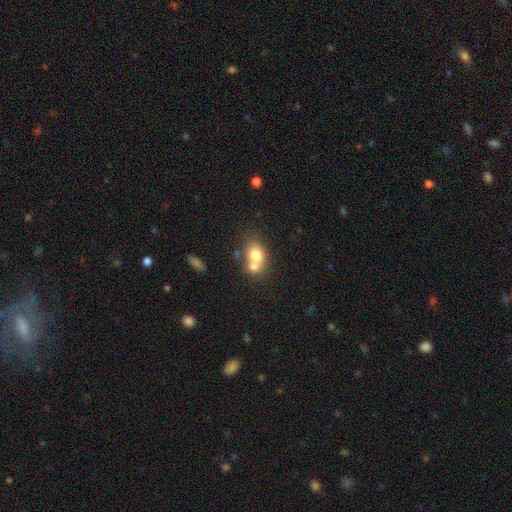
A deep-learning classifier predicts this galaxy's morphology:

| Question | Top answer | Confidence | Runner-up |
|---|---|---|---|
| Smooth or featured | smooth | 72% | featured or disk (19%) |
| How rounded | in between | 54% | round (44%) |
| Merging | merger | 57% | none (30%) |